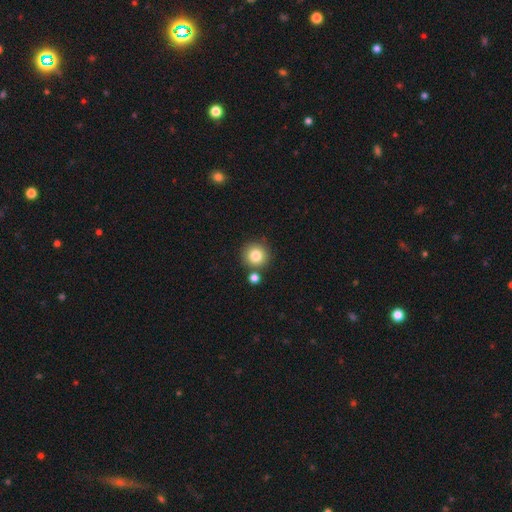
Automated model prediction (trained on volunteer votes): This appears to be a smooth galaxy with no disk features (81%) that is round (93%). Merging: none (78%).